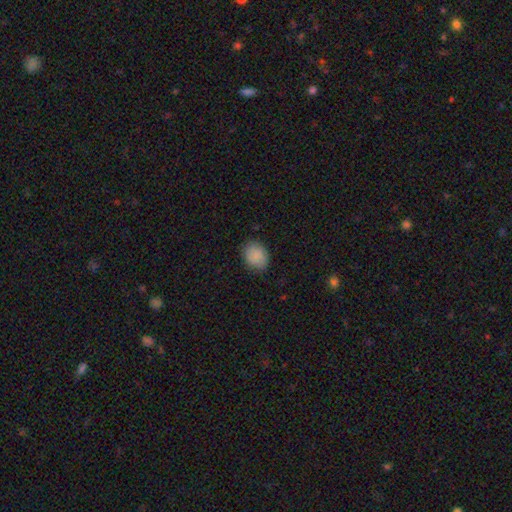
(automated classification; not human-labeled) This is clearly a smooth galaxy (87%). How rounded: possibly round (50%). Merging: clearly none (82%).